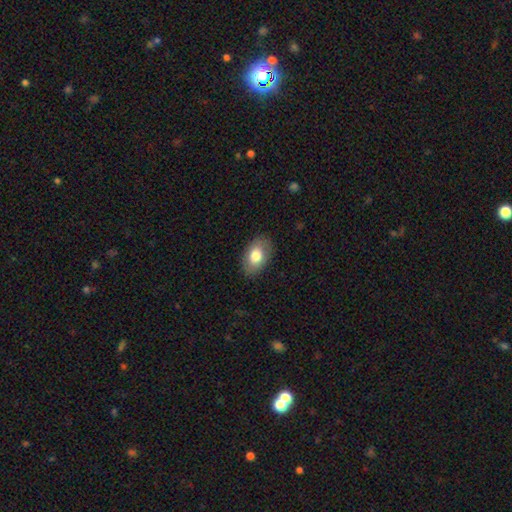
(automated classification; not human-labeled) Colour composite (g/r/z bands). It shows a smooth galaxy with no disk features (78%) that is in between round and cigar-shaped (89%). Merging: none (86%).